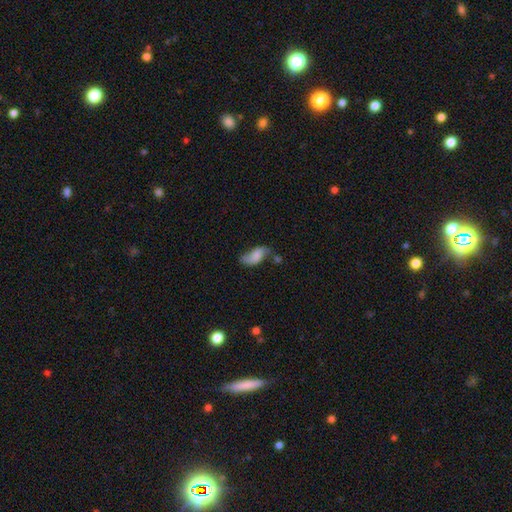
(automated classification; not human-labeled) The model was most divided on "merging": none: 38%, minor disturbance: 29%, major disturbance: 17%, merger: 15%. More confident: how rounded — in between (89%); smooth or featured — smooth (60%).